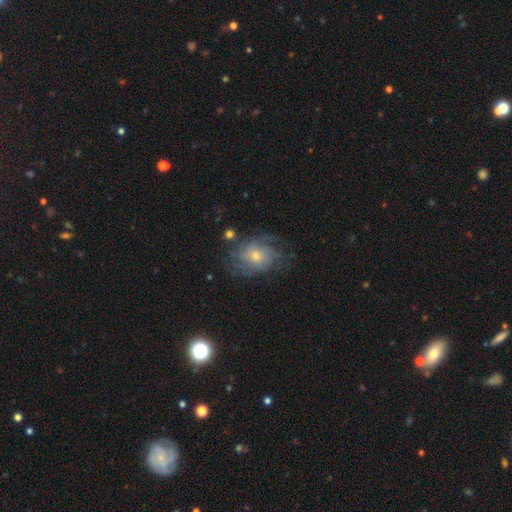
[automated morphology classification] type=featured or disk (65%); edge-on=no (96%); bar=no (79%); spiral arms=yes (85%); winding=tight (46%); arm count=can't tell (49%); bulge=small (51%); merging=none (64%).